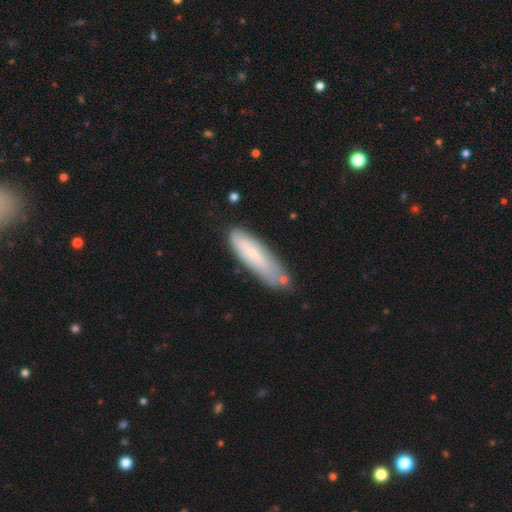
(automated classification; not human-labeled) This is likely a smooth galaxy (61%). How rounded: likely cigar-shaped (62%). Merging: likely none (67%).